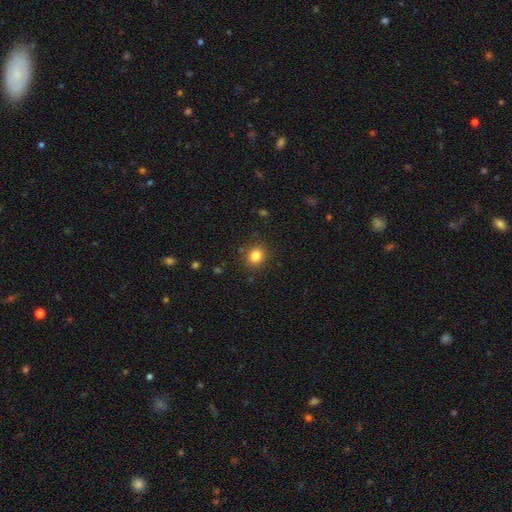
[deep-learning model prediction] smooth-or-featured: smooth: 83% | star or artifact: 12% | featured or disk: 5%
  how-rounded: round: 80% | in between: 19% | cigar-shaped: 1%
  merging: none: 88% | minor disturbance: 8% | major disturbance: 3% | merger: 2%